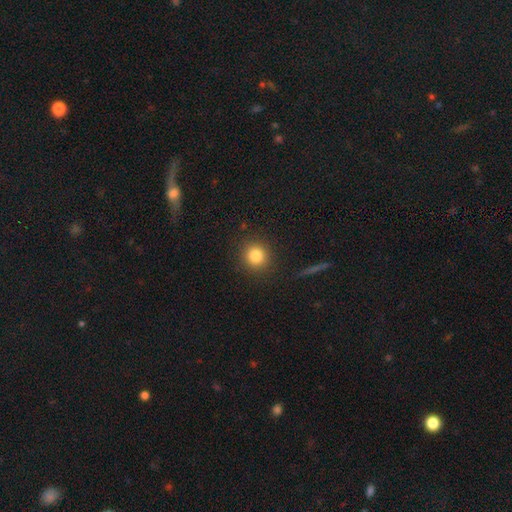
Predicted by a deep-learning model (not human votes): Overall: smooth (83%). How rounded: round (91%). Merging: none (90%).